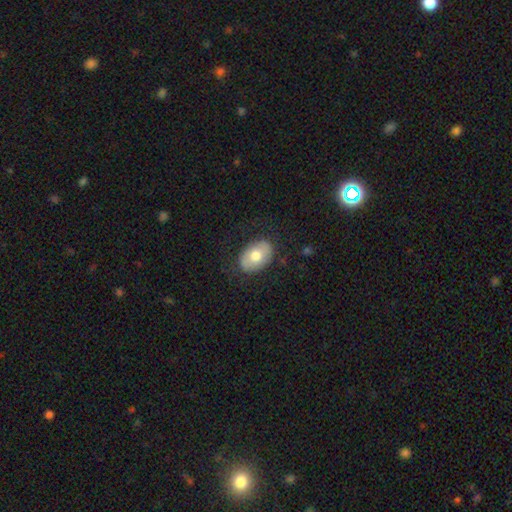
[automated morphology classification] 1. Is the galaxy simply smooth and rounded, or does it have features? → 69% smooth, 25% featured or disk, 6% star or artifact.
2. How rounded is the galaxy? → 84% in between, 15% round, 1% cigar-shaped.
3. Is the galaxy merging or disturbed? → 81% none, 14% minor disturbance, 4% major disturbance, 1% merger.